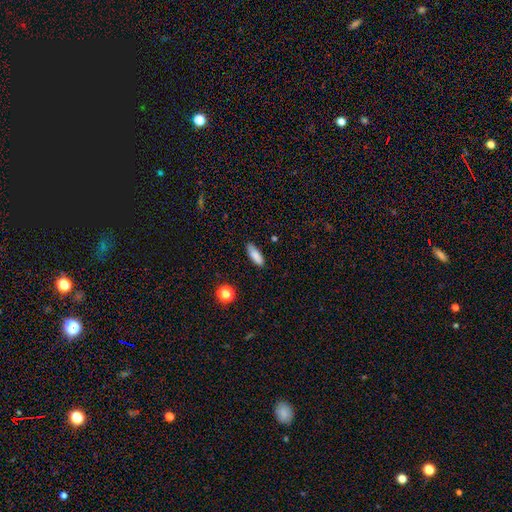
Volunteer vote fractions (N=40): This is clearly a smooth galaxy (85%). How rounded: possibly in between (53%). Merging: likely none (68%).